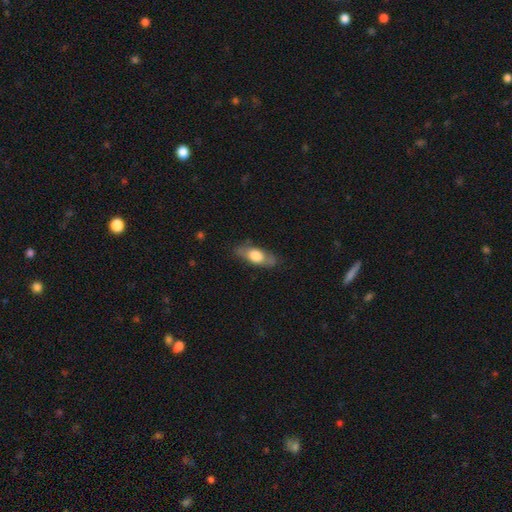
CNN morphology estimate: type=smooth (60%); roundness=in between (74%); merging=none (72%).